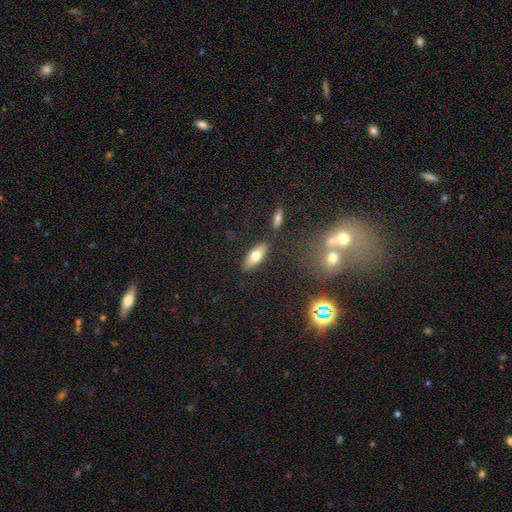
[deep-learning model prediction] This is likely a smooth galaxy (70%). How rounded: likely in between (75%). Merging: clearly none (84%).